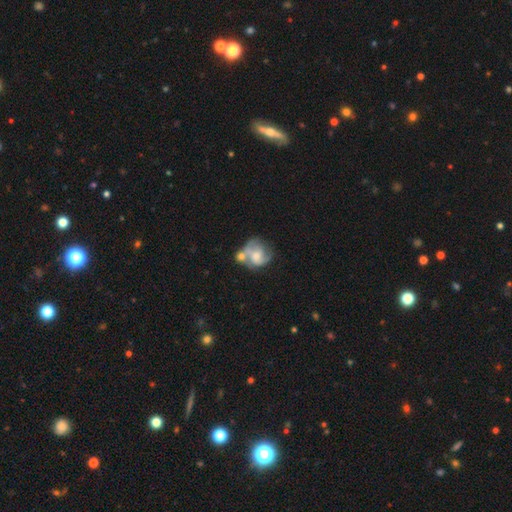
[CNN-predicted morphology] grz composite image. It shows a featured or disk galaxy (61%) with no bar (65%), spiral arms (73%) and a moderate central bulge (47%). Merging: merger (41%).